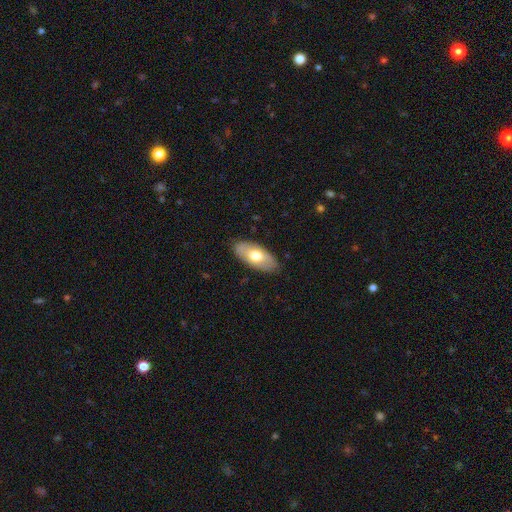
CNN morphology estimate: Smooth or featured? Predicted: smooth (p=0.63). How rounded? Predicted: in between (p=0.91). Merging? Predicted: none (p=0.86).